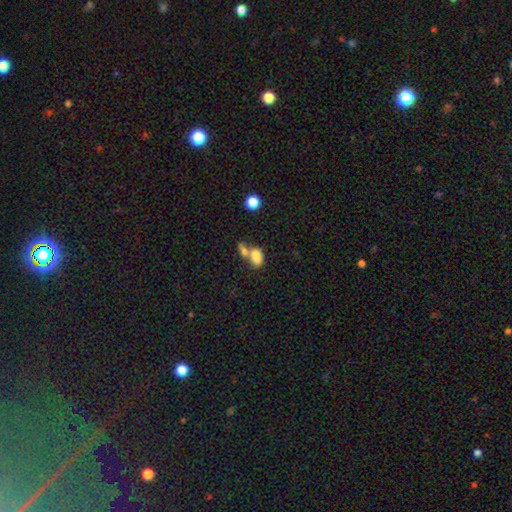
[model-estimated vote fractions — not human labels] Q: Smooth or featured?
A: smooth (80%); runner-up: featured or disk (11%)
Q: How rounded?
A: in between (83%); runner-up: round (15%)
Q: Merging?
A: merger (59%); runner-up: none (25%)